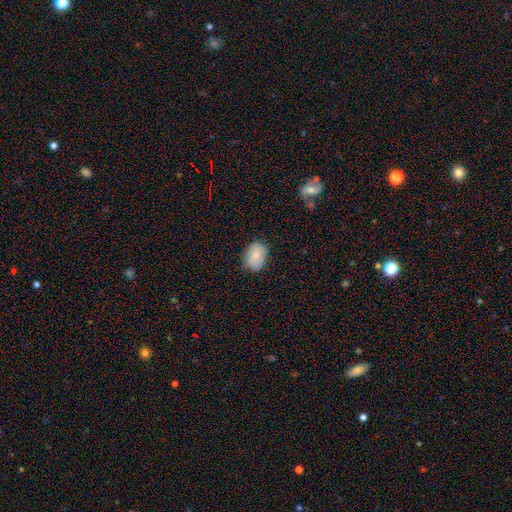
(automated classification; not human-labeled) A smooth galaxy with no disk features (79%) that is in between round and cigar-shaped (72%).

Vote fractions:
- Smooth or featured? smooth: 79% / featured or disk: 14% / star or artifact: 7%
- How rounded? in between: 72% / round: 26% / cigar-shaped: 1%
- Merging? none: 78% / minor disturbance: 18% / major disturbance: 3% / merger: 1%